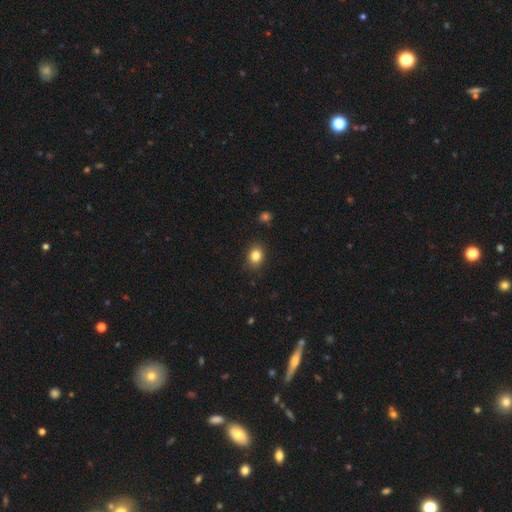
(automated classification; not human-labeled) This is clearly a smooth galaxy (84%). How rounded: possibly in between (51%). Merging: clearly none (87%).